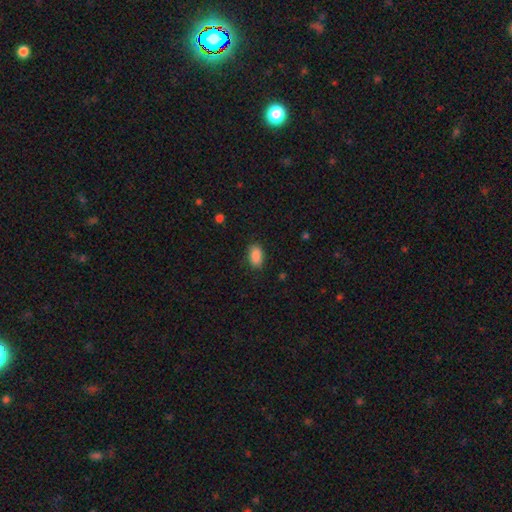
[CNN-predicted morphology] This is clearly a smooth galaxy (89%). How rounded: clearly in between (92%). Merging: clearly none (87%).